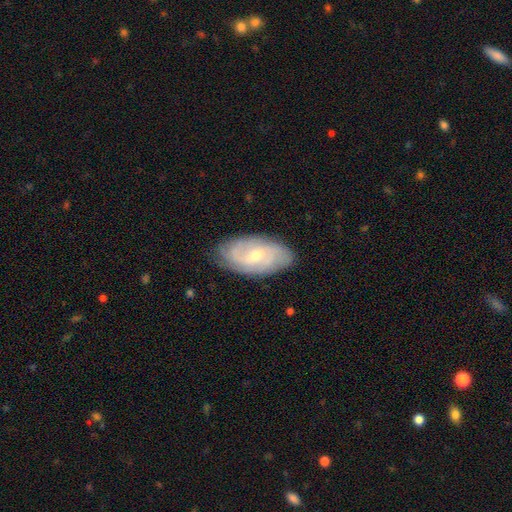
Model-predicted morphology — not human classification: smooth-or-featured: featured or disk: 76% | smooth: 18% | star or artifact: 6%
  disk-edge-on: no: 94% | yes: 6%
    bar: weak: 51% | no: 38% | strong: 12%
    has-spiral-arms: yes: 93% | no: 7%
      spiral-winding: tight: 49% | medium: 36% | loose: 15%
      spiral-arm-count: can't tell: 33% | 2: 30% | 3: 18% | 4: 10% | more than 4: 4% | 1: 4%
    bulge-size: small: 55% | moderate: 42% | large: 1% | none: 1% | dominant: 1%
  merging: none: 79% | minor disturbance: 16% | major disturbance: 4% | merger: 1%